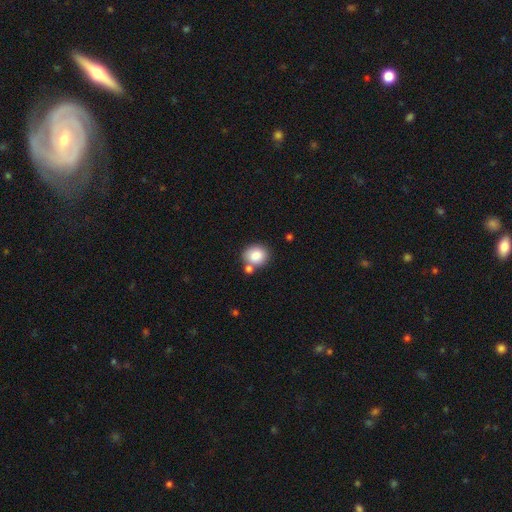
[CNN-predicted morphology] type=smooth (85%); roundness=round (68%); merging=none (64%).